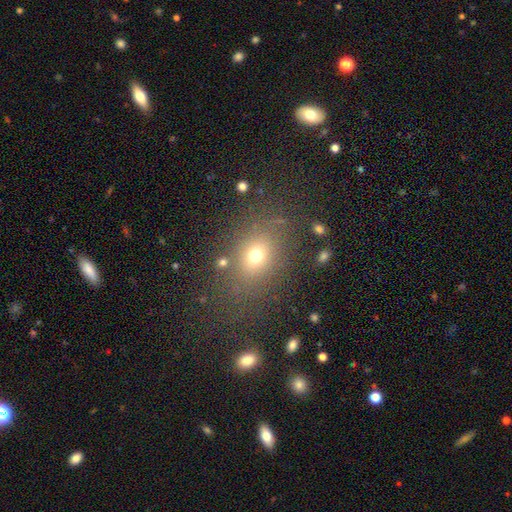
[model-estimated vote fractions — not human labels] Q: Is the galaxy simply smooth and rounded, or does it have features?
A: smooth — 69%.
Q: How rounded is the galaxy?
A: in between — 52%.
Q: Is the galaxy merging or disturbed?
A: none — 75%.